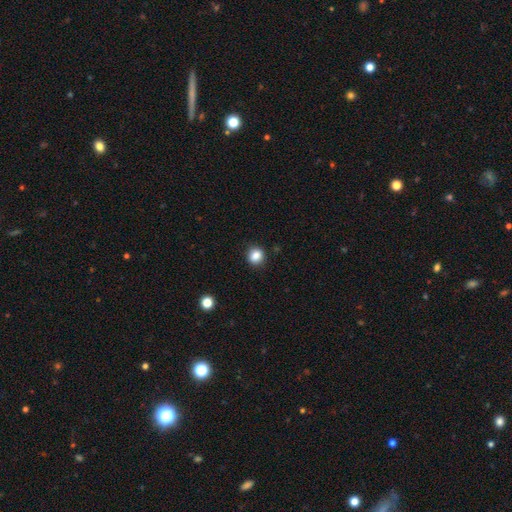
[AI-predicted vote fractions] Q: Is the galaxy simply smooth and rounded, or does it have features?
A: smooth — 85%.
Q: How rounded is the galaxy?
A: round — 82%.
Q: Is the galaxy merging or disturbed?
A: none — 90%.